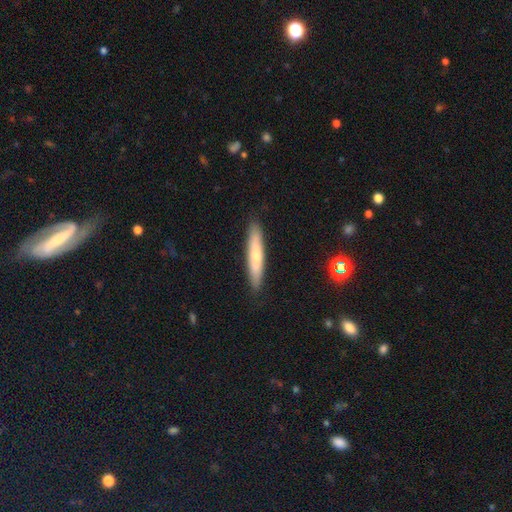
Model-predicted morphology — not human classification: Overall: smooth (64%; featured or disk 30%). How rounded: cigar-shaped (91%). Merging: none (89%).